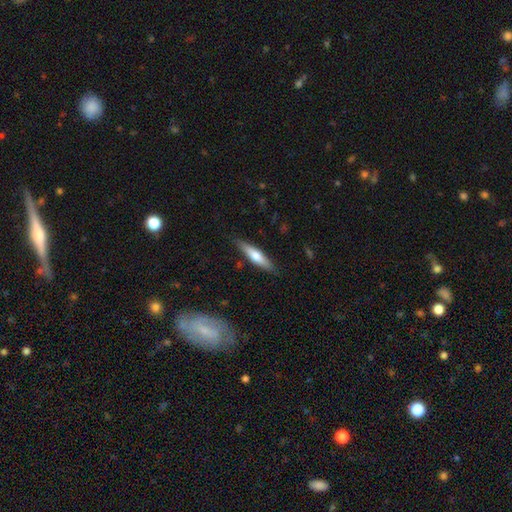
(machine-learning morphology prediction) This is possibly a smooth galaxy (57%). How rounded: likely cigar-shaped (79%). Merging: clearly none (86%).